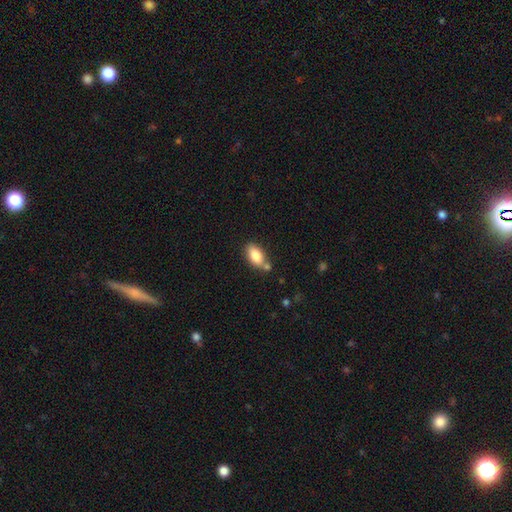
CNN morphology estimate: smooth 84%, featured or disk 9%, star or artifact 7%. Down the decision tree: how rounded — in between (90%); merging — none (67%).